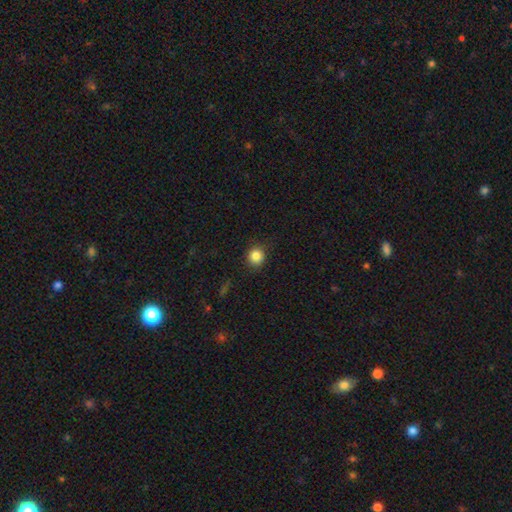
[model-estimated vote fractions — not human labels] smooth 85%, star or artifact 11%, featured or disk 5%. Down the decision tree: how rounded — round (90%); merging — none (86%).